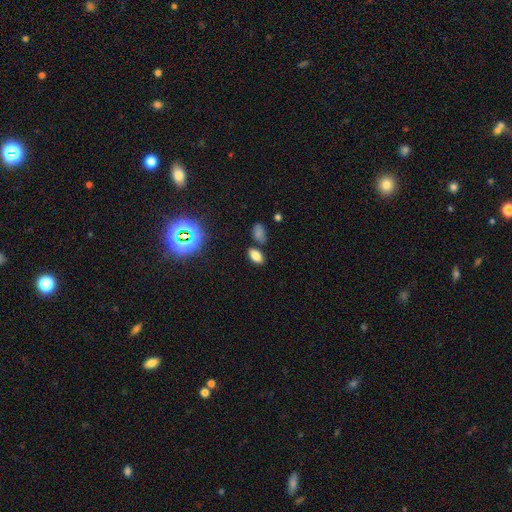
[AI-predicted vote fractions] Q: Smooth or featured?
A: smooth (75%); runner-up: star or artifact (17%)
Q: How rounded?
A: in between (90%); runner-up: round (7%)
Q: Merging?
A: none (77%); runner-up: minor disturbance (11%)